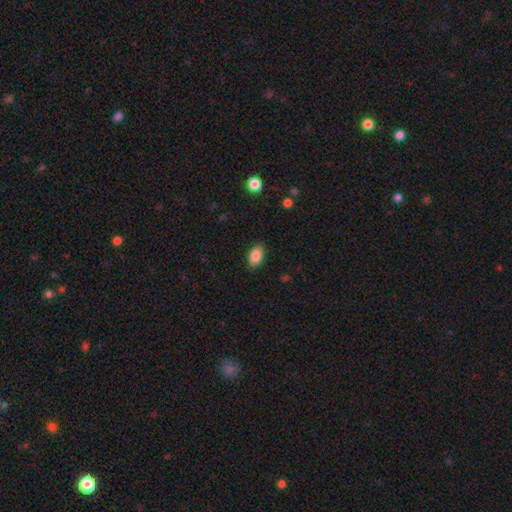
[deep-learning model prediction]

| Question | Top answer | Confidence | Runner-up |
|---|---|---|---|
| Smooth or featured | smooth | 87% | star or artifact (7%) |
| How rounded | in between | 91% | round (6%) |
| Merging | none | 87% | minor disturbance (10%) |